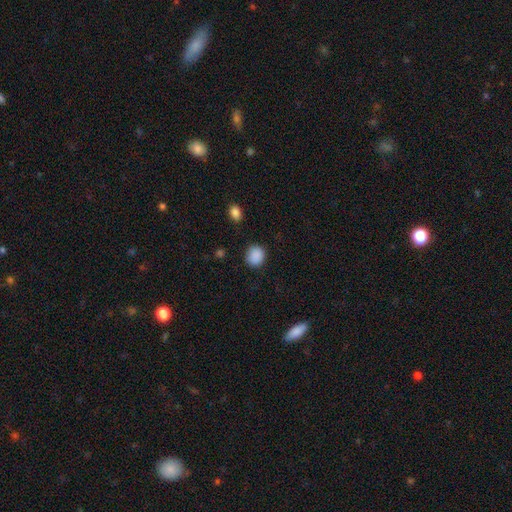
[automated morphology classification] A smooth galaxy with no disk features (89%) that is round (76%). Merging: none (85%).